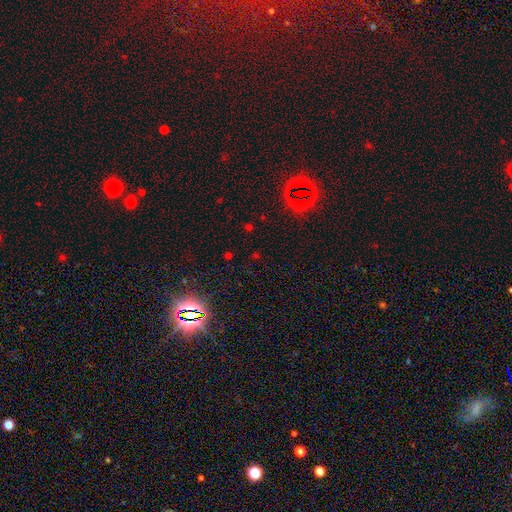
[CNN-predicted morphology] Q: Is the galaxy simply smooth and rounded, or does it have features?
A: star or artifact — 67%.